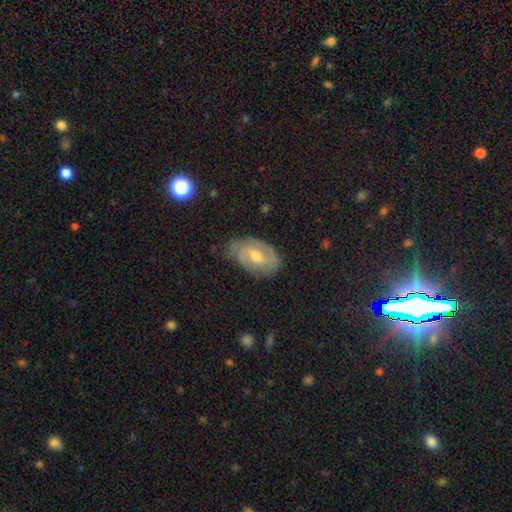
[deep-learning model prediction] This is likely a featured or disk galaxy (71%). It is clearly not viewed edge-on (95%). Bar: possibly weak (52%). Spiral arm pattern: clearly yes (87%). Spiral arm count: likely 2 (66%). Spiral winding: possibly tight (46%). Central bulge: likely moderate (62%). Merging: likely none (69%).